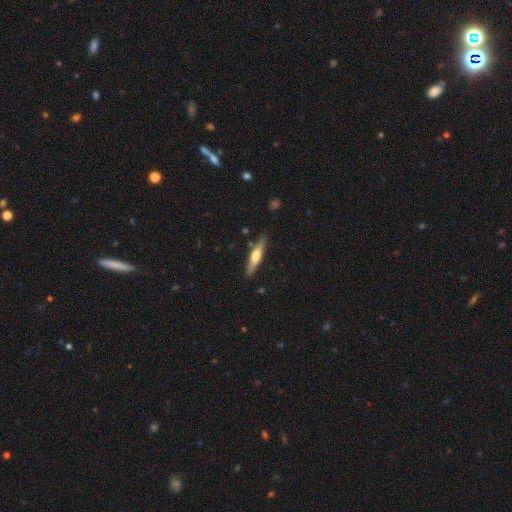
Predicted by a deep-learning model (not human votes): The model was most divided on "smooth or featured" (2-way tie): smooth: 47%, featured or disk: 47%, star or artifact: 6%. More confident: merging — none (84%).